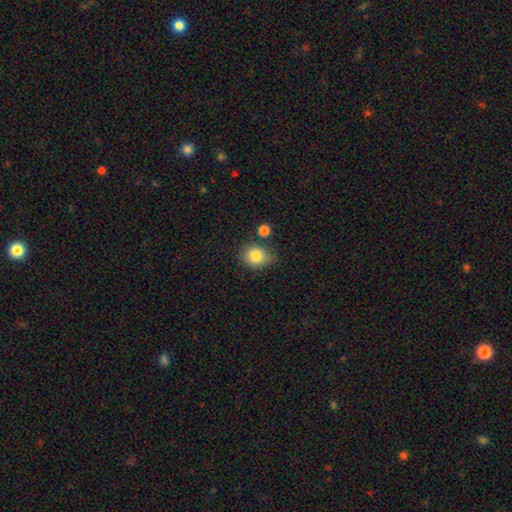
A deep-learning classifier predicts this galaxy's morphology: A smooth galaxy with no disk features (84%) that is round (63%).

Vote fractions:
- Smooth or featured? smooth: 84% / star or artifact: 9% / featured or disk: 7%
- How rounded? round: 63% / in between: 36% / cigar-shaped: 1%
- Merging? none: 64% / minor disturbance: 21% / merger: 9% / major disturbance: 6%